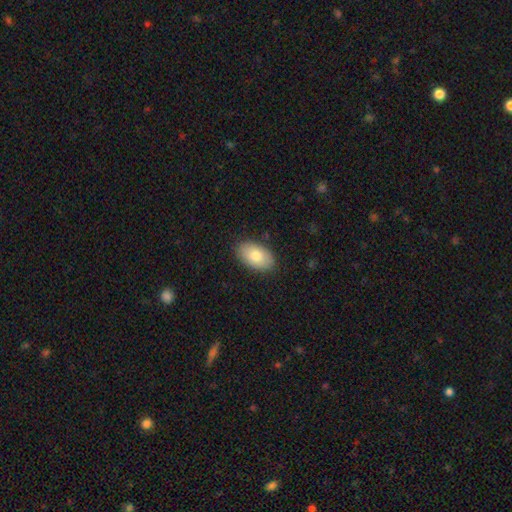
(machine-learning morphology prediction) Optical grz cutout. It shows a smooth galaxy with no disk features (80%) that is in between round and cigar-shaped (94%). Merging: none (87%).